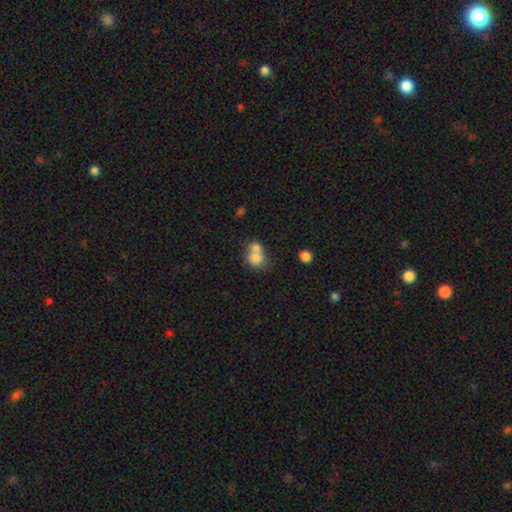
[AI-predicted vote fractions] Smooth or featured: smooth — 74% (featured or disk — 16%)
How rounded: round — 57% (in between — 42%)
Merging: merger — 66% (none — 22%)